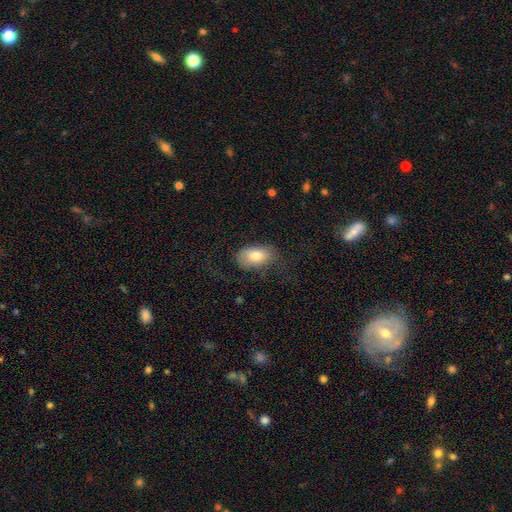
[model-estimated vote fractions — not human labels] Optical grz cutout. It shows a smooth galaxy with no disk features (78%) that is in between round and cigar-shaped (90%). Merging: none (61%).